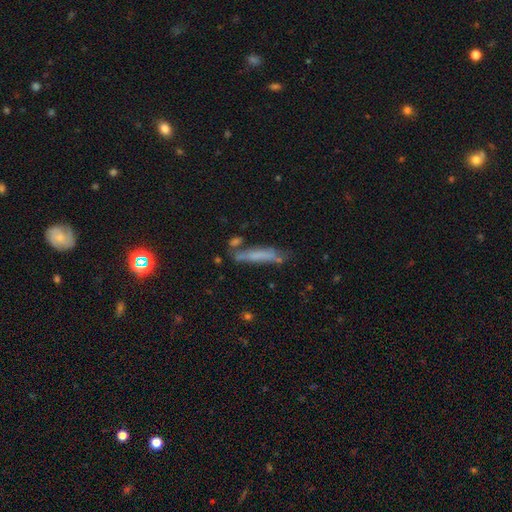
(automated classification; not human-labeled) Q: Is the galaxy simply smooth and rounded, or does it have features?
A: smooth — 53%.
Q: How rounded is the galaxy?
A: cigar-shaped — 88%.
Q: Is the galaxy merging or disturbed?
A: none — 61%.